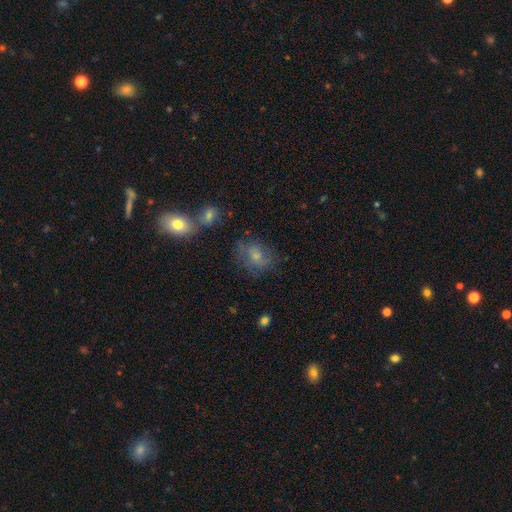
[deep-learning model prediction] A smooth galaxy with no disk features (49%). Merging: none (64%).